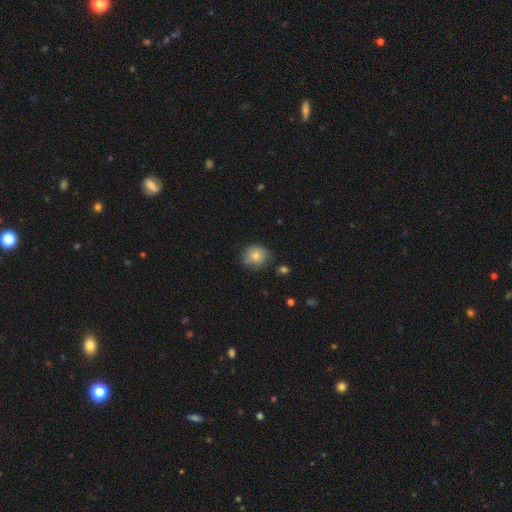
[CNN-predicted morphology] A smooth galaxy with no disk features (77%) that is round (72%). Merging: none (70%).